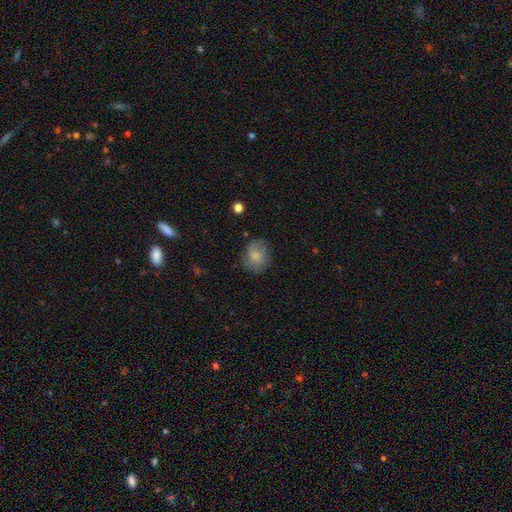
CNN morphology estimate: type=smooth (76%); roundness=round (53%); merging=none (70%).